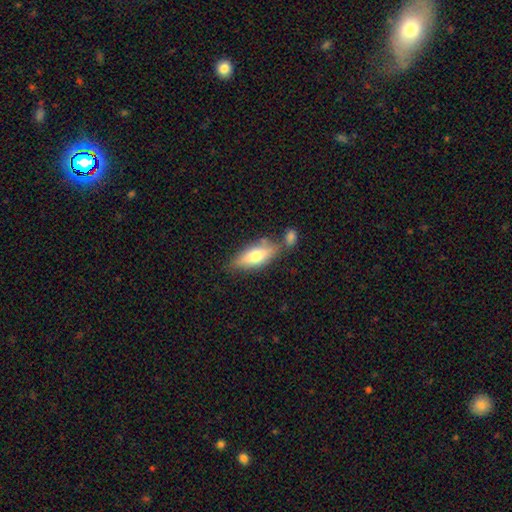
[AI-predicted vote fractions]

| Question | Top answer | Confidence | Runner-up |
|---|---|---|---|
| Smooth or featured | smooth | 65% | featured or disk (29%) |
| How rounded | in between | 70% | cigar-shaped (27%) |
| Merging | none | 59% | merger (19%) |